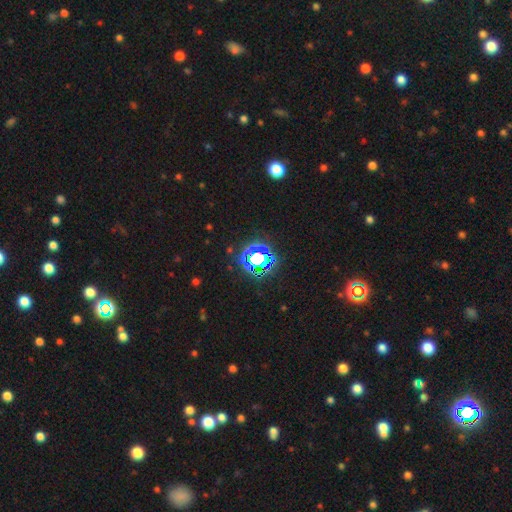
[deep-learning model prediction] smooth-or-featured: star or artifact: 69% | smooth: 19% | featured or disk: 12%